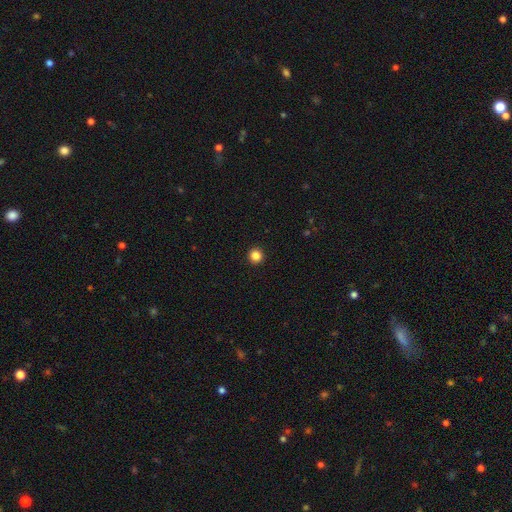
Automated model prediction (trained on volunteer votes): Smooth or featured? Predicted: smooth (p=0.85). How rounded? Predicted: round (p=0.96). Merging? Predicted: none (p=0.94).